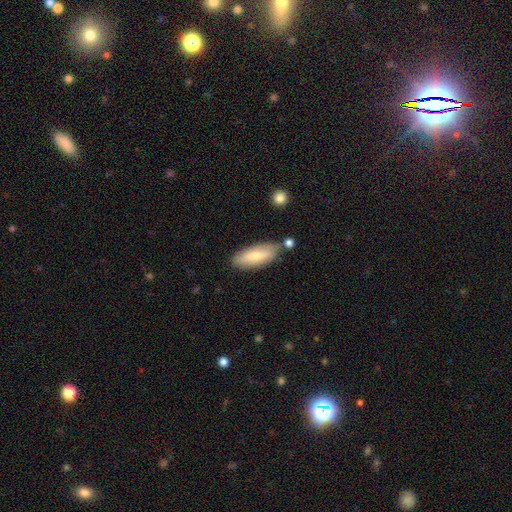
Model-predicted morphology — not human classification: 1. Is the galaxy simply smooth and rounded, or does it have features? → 69% smooth, 25% featured or disk, 6% star or artifact.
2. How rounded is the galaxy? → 68% in between, 30% cigar-shaped, 2% round.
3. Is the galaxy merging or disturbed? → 73% none, 17% minor disturbance, 7% merger, 4% major disturbance.